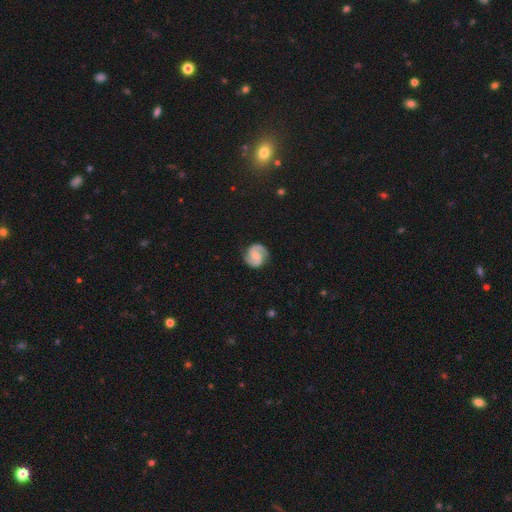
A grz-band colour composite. It shows a featured or disk galaxy (83%) with no bar (57%), 2 (100%) medium (48%) spiral arms (97%) and a moderate central bulge (47%). Merging: none (94%).